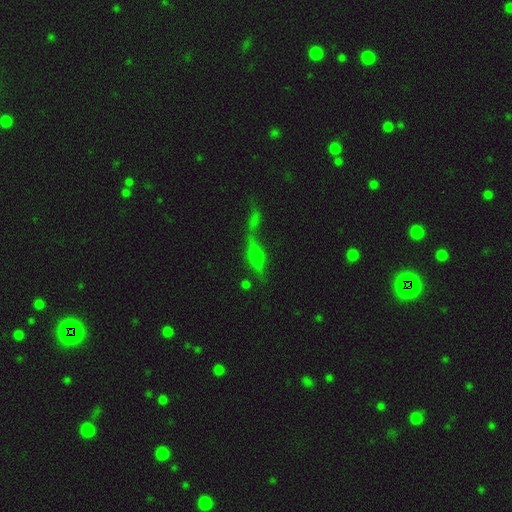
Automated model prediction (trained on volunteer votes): Morphology: type=smooth (45%); merging=merger (41%).